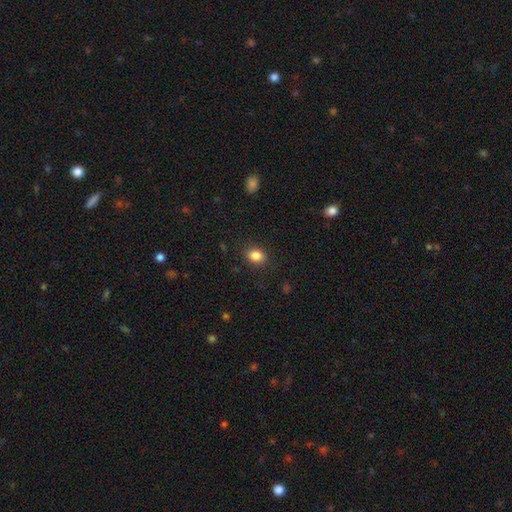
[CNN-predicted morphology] smooth-or-featured: smooth: 86% | star or artifact: 10% | featured or disk: 5%
  how-rounded: in between: 60% | round: 39% | cigar-shaped: 1%
  merging: none: 87% | minor disturbance: 9% | major disturbance: 3% | merger: 1%